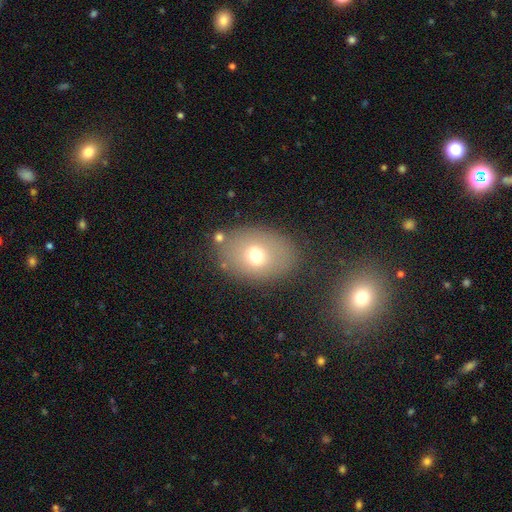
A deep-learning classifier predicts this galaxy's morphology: This appears to be a smooth galaxy with no disk features (68%) that is in between round and cigar-shaped (72%). Merging: none (76%).